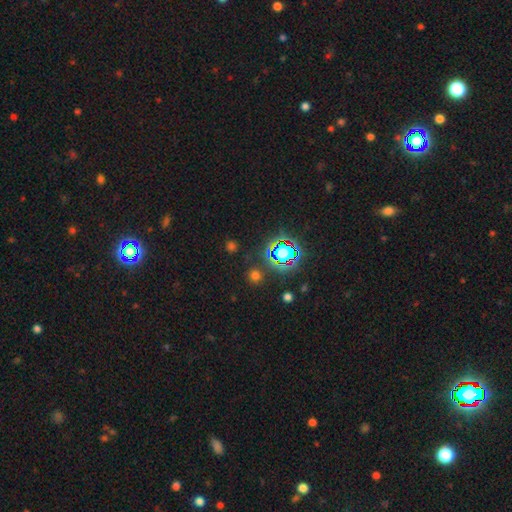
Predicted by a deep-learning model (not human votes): smooth-or-featured: star or artifact: 79% | smooth: 14% | featured or disk: 7%